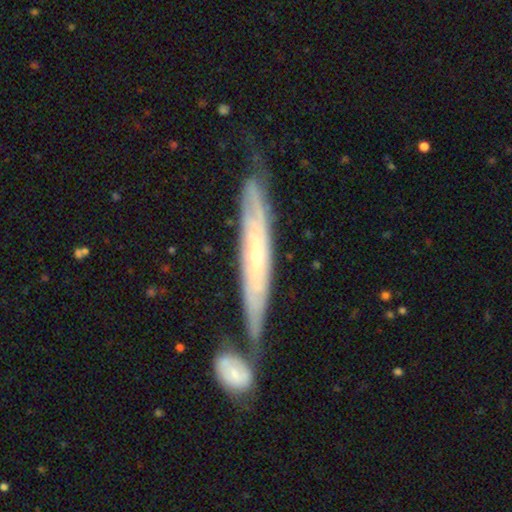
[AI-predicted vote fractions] This appears to be a featured or disk galaxy (75%) viewed edge-on (52%). Merging: none (63%).